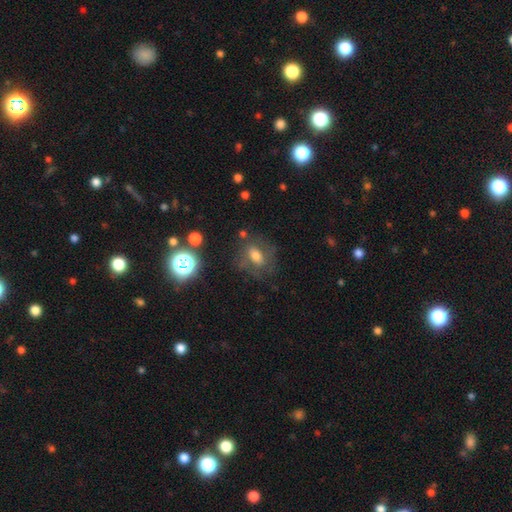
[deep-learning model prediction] Q: Smooth or featured?
A: smooth (50%); runner-up: featured or disk (35%)
Q: How rounded?
A: in between (66%); runner-up: round (31%)
Q: Merging?
A: none (61%); runner-up: minor disturbance (20%)